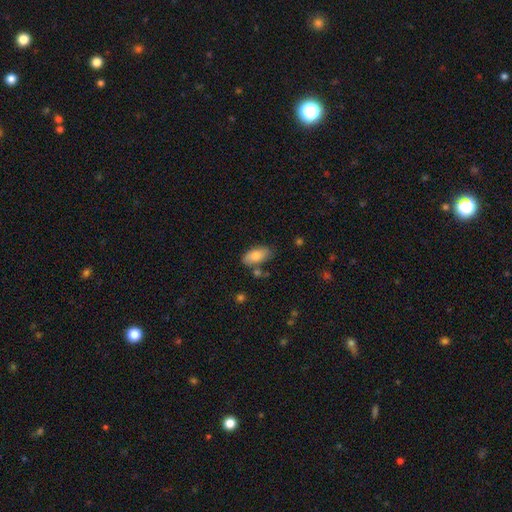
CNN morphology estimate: type=smooth (81%); roundness=in between (91%); merging=none (72%).